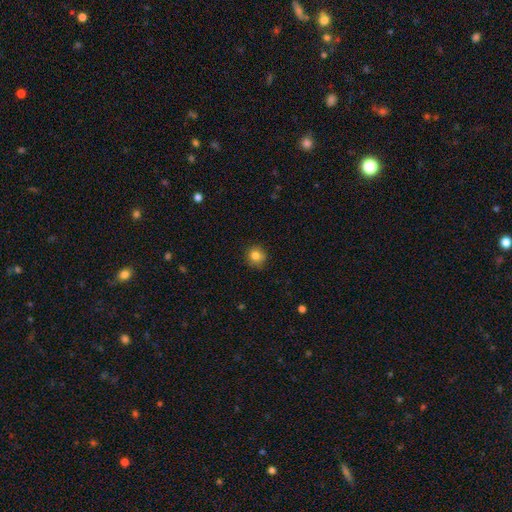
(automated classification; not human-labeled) Smooth or featured: smooth — 82% (star or artifact — 11%)
How rounded: round — 89% (in between — 10%)
Merging: none — 86% (minor disturbance — 10%)